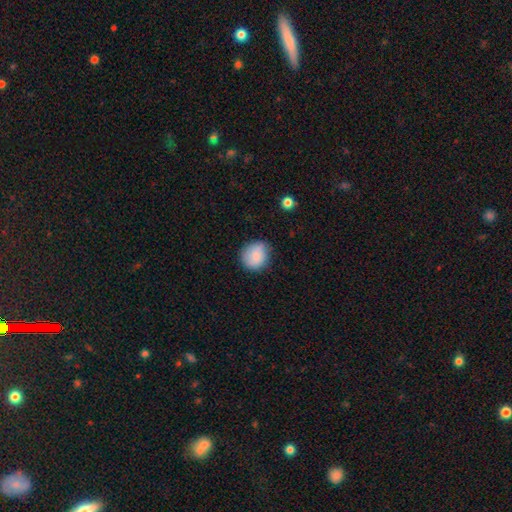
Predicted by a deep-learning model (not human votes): Smooth or featured: smooth — 84% (featured or disk — 8%)
How rounded: round — 83% (in between — 16%)
Merging: none — 76% (minor disturbance — 19%)